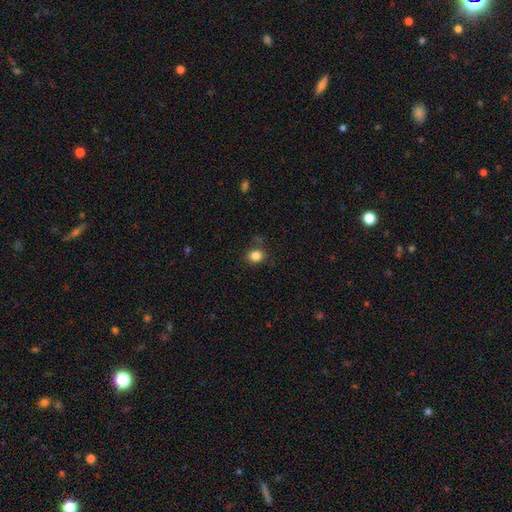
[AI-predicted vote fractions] This appears to be a smooth galaxy with no disk features (84%) that is round (72%). Merging: none (83%).